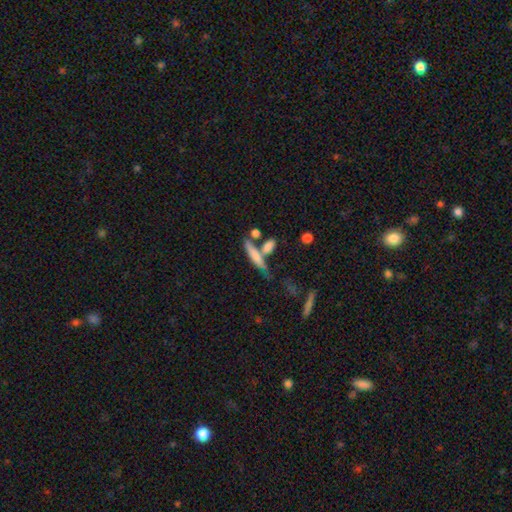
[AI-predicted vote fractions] Smooth or featured? Predicted: smooth (p=0.67). How rounded? Predicted: cigar-shaped (p=0.78). Merging? Predicted: none (p=0.51).